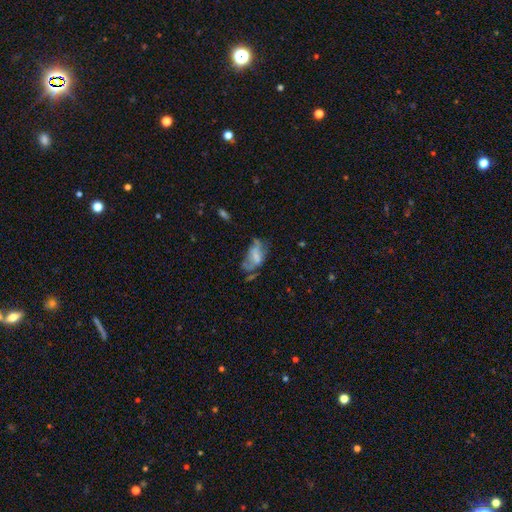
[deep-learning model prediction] The model was most divided on "smooth or featured": featured or disk: 45%, smooth: 44%, star or artifact: 11%. Remaining: merging — major disturbance (33%).